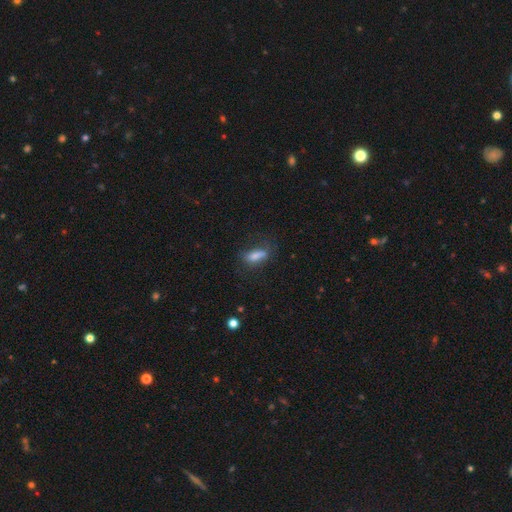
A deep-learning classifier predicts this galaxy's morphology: Q: Smooth or featured?
A: smooth (72%); runner-up: featured or disk (17%)
Q: How rounded?
A: in between (57%); runner-up: cigar-shaped (38%)
Q: Merging?
A: none (63%); runner-up: minor disturbance (22%)